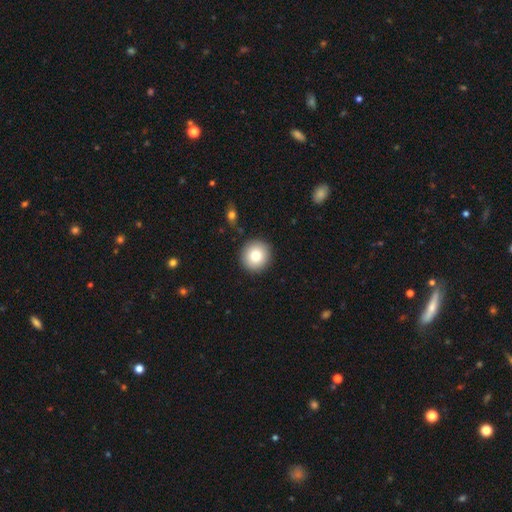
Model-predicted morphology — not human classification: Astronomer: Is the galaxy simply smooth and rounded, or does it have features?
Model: smooth — 79%.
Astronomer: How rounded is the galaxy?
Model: round — 94%.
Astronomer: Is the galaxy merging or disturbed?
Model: none — 91%.